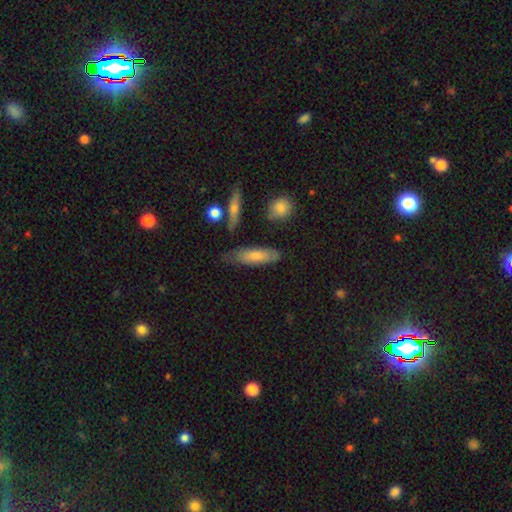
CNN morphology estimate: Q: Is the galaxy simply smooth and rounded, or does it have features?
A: smooth — 68%.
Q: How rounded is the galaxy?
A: cigar-shaped — 51%.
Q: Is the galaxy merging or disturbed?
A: none — 65%.